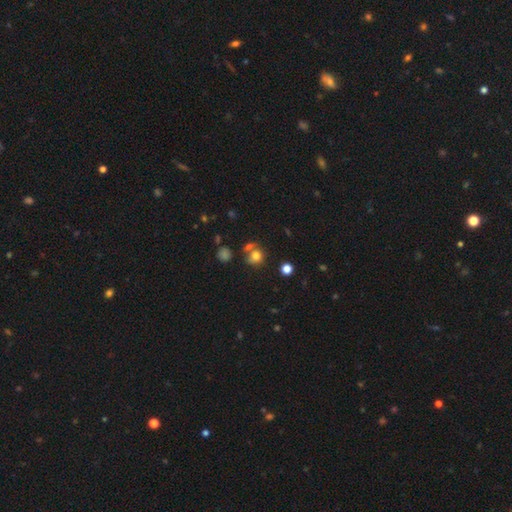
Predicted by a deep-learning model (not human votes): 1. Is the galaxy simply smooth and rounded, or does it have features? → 76% smooth, 14% star or artifact, 9% featured or disk.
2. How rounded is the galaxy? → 80% round, 19% in between, 1% cigar-shaped.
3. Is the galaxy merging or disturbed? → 59% none, 24% merger, 12% minor disturbance, 5% major disturbance.